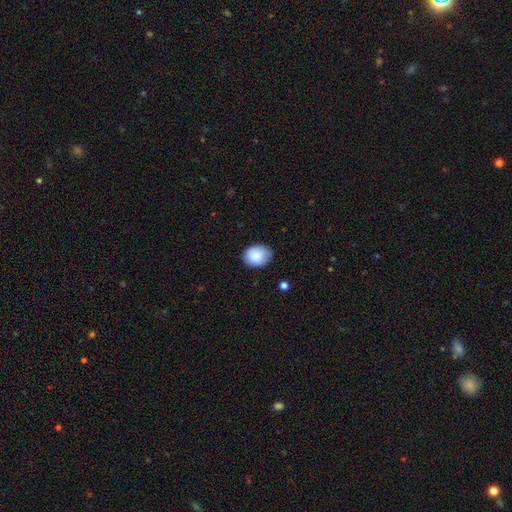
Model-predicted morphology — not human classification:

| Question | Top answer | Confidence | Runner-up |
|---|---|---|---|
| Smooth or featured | smooth | 87% | star or artifact (7%) |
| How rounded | in between | 53% | round (46%) |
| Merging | none | 75% | minor disturbance (21%) |